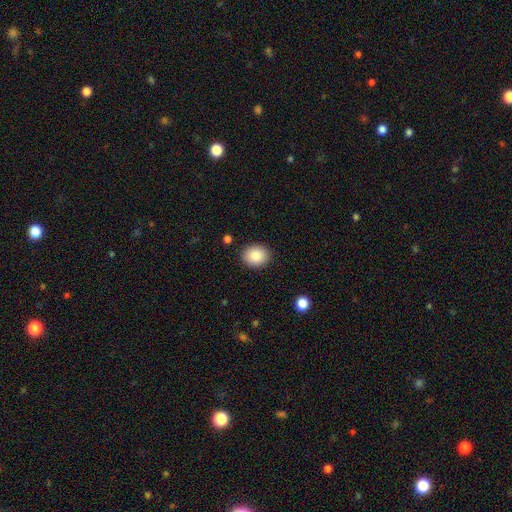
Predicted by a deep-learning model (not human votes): A smooth galaxy with no disk features (86%) that is round (60%).

Vote fractions:
- Smooth or featured? smooth: 86% / star or artifact: 8% / featured or disk: 6%
- How rounded? round: 60% / in between: 39% / cigar-shaped: 1%
- Merging? none: 89% / minor disturbance: 7% / major disturbance: 2% / merger: 1%